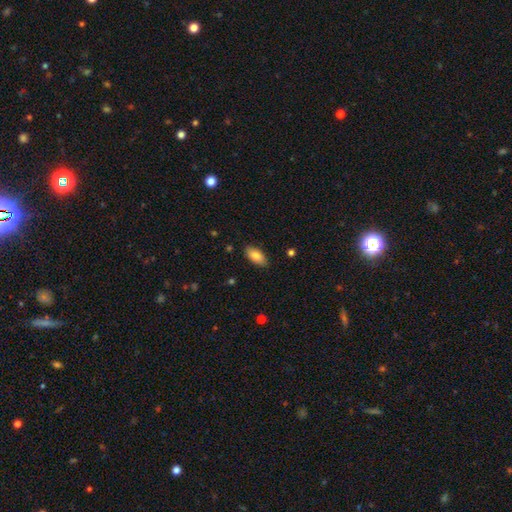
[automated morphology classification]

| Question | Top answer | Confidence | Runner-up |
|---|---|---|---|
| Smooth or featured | smooth | 83% | featured or disk (11%) |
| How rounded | in between | 91% | cigar-shaped (6%) |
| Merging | none | 87% | minor disturbance (10%) |